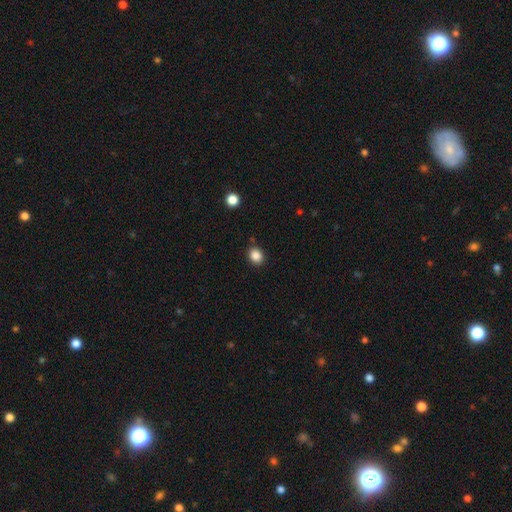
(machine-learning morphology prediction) Smooth or featured? smooth (86%)
How rounded? round (63%)
Merging? none (88%)